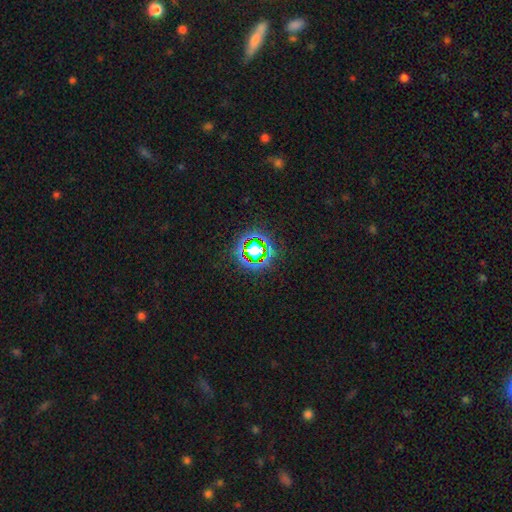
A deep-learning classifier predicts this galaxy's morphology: This is likely a star or artifact rather than a galaxy (78%).